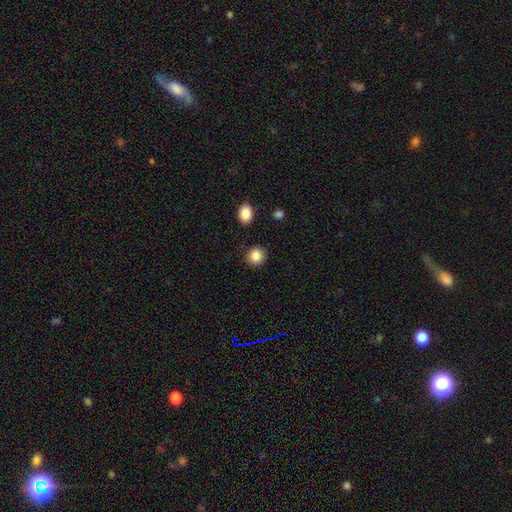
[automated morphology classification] Smooth or featured: smooth — 87% (star or artifact — 9%)
How rounded: round — 87% (in between — 12%)
Merging: none — 90% (minor disturbance — 6%)